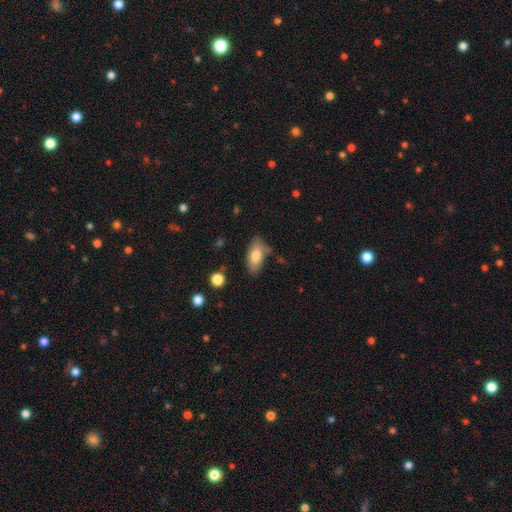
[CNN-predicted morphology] A smooth galaxy with no disk features (78%) that is in between round and cigar-shaped (90%). Merging: none (68%).